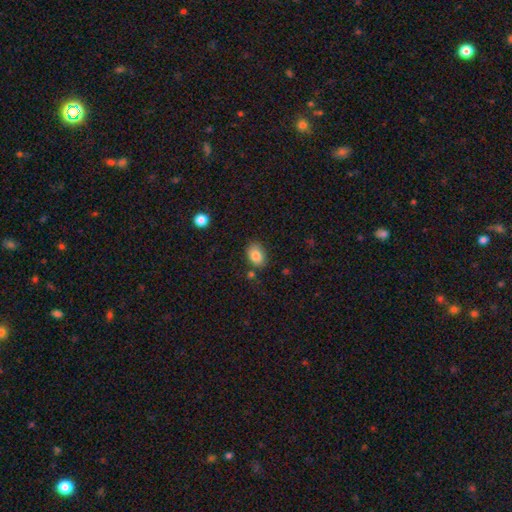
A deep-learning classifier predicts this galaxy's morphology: Q: Smooth or featured?
A: smooth (85%); runner-up: star or artifact (8%)
Q: How rounded?
A: in between (80%); runner-up: round (19%)
Q: Merging?
A: none (76%); runner-up: minor disturbance (16%)